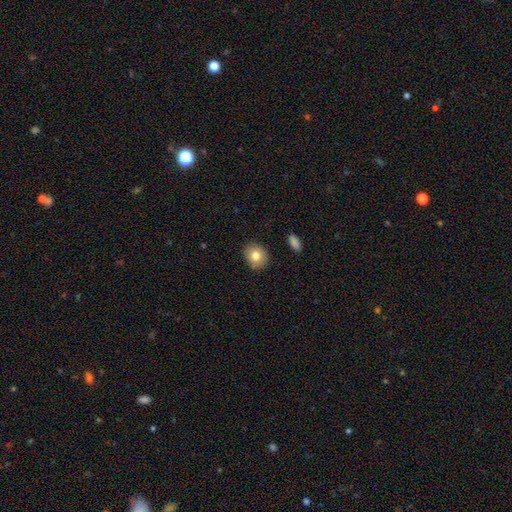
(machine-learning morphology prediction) type=smooth (79%); roundness=round (60%); merging=none (88%).